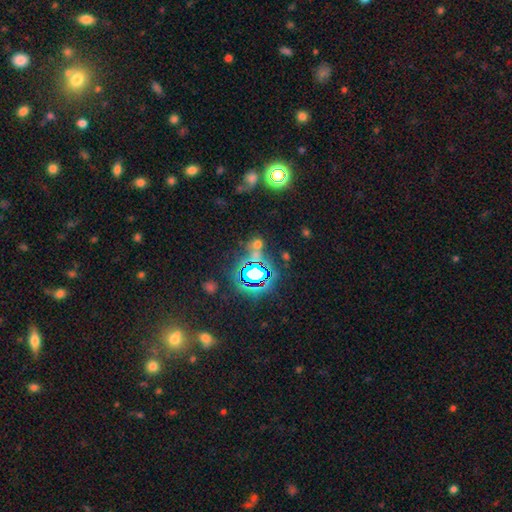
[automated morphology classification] smooth-or-featured: star or artifact: 61% | smooth: 29% | featured or disk: 10%